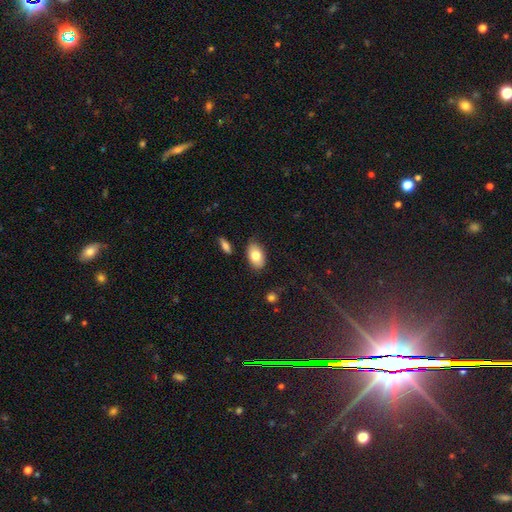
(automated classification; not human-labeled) A smooth galaxy with no disk features (80%) that is in between round and cigar-shaped (92%).

Vote fractions:
- Smooth or featured? smooth: 80% / featured or disk: 13% / star or artifact: 7%
- How rounded? in between: 92% / round: 6% / cigar-shaped: 2%
- Merging? none: 82% / minor disturbance: 13% / merger: 3% / major disturbance: 2%